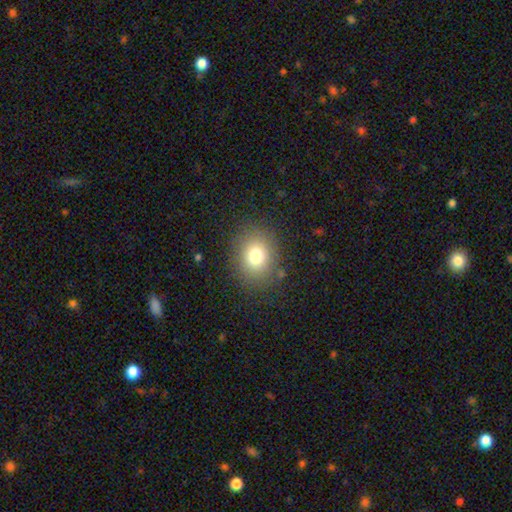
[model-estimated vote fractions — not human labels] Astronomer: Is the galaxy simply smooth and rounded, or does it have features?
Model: smooth — 76%.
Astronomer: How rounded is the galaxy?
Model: round — 60% (runner-up: in between, 39%).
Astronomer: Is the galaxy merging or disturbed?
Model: none — 84%.